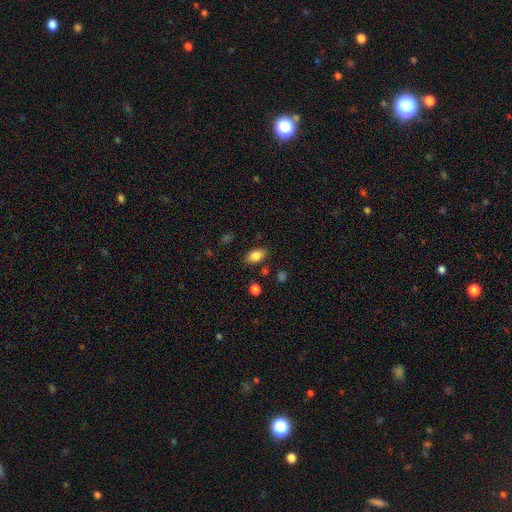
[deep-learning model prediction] Smooth or featured?
  - smooth: 84% *
  - star or artifact: 8%
  - featured or disk: 7%
How rounded?
  - in between: 90% *
  - round: 7%
  - cigar-shaped: 3%
Merging?
  - none: 82% *
  - minor disturbance: 12%
  - major disturbance: 3%
  - merger: 3%